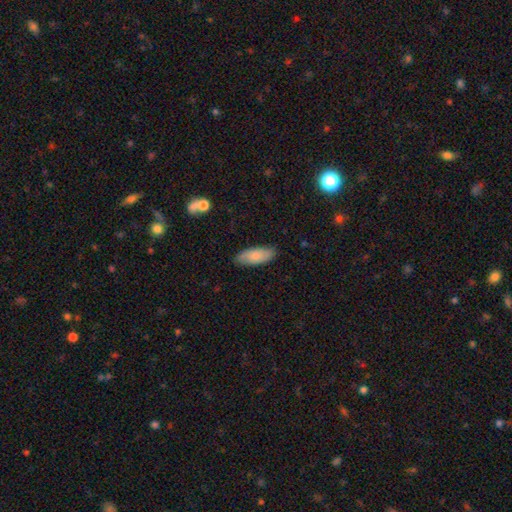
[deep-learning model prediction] Q: Smooth or featured?
A: smooth (81%); runner-up: featured or disk (13%)
Q: How rounded?
A: in between (79%); runner-up: cigar-shaped (19%)
Q: Merging?
A: none (86%); runner-up: minor disturbance (11%)